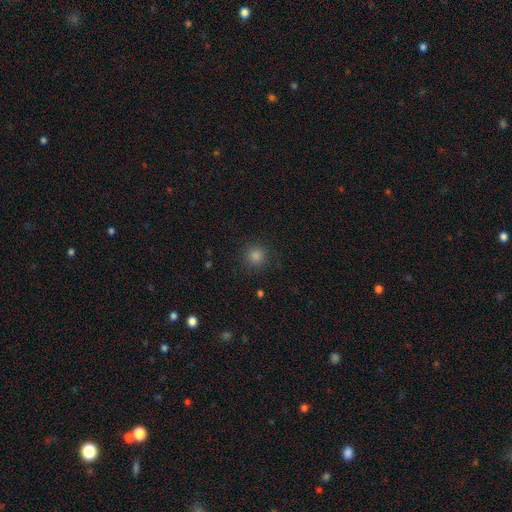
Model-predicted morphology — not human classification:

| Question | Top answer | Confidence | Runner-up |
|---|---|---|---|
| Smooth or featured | smooth | 79% | star or artifact (17%) |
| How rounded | round | 95% | in between (4%) |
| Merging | none | 90% | minor disturbance (7%) |